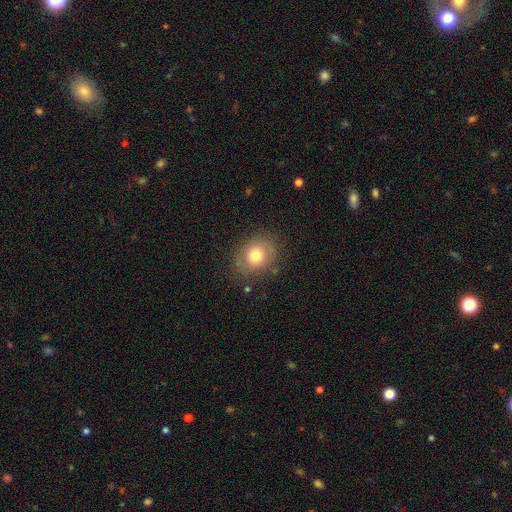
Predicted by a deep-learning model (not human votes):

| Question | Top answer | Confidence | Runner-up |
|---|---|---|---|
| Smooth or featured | smooth | 70% | featured or disk (19%) |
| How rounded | round | 61% | in between (38%) |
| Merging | none | 80% | minor disturbance (14%) |